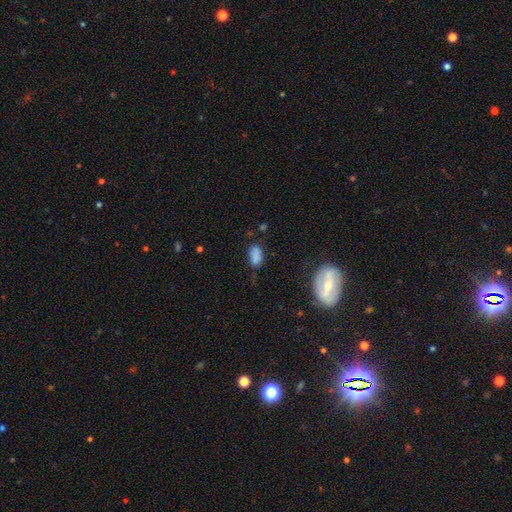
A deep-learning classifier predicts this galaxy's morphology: smooth 82%, star or artifact 10%, featured or disk 8%. Down the decision tree: how rounded — in between (91%); merging — none (64%).